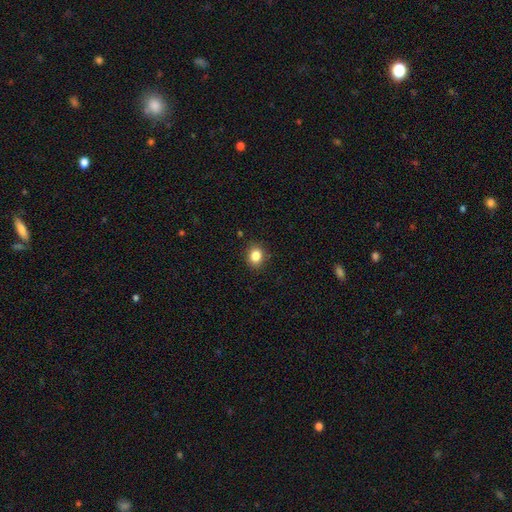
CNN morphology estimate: This appears to be a smooth galaxy with no disk features (84%) that is round (67%). Merging: none (88%).